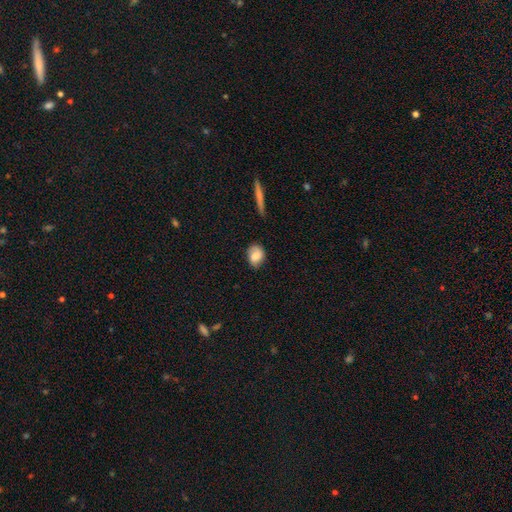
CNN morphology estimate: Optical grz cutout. It shows a smooth galaxy with no disk features (74%) that is in between round and cigar-shaped (50%). Merging: none (67%).